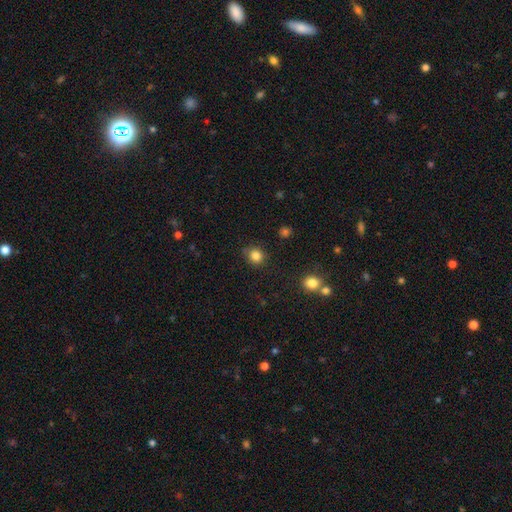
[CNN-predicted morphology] smooth 84%, star or artifact 12%, featured or disk 4%. Down the decision tree: how rounded — round (87%); merging — none (82%).